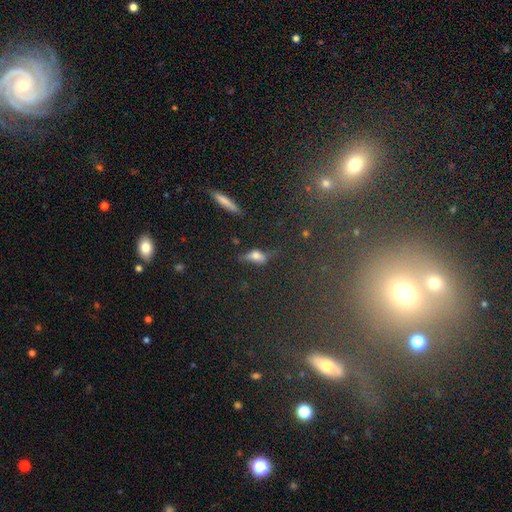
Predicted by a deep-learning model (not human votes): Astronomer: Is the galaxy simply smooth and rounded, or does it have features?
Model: smooth — 52% (runner-up: featured or disk, 34%).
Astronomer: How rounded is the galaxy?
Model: in between — 60%.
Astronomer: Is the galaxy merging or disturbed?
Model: none — 57%.